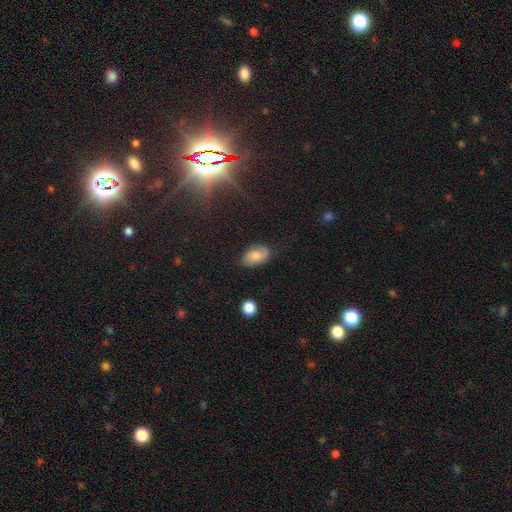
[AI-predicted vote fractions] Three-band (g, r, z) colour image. It shows a smooth galaxy with no disk features (67%) that is in between round and cigar-shaped (91%). Merging: none (70%).